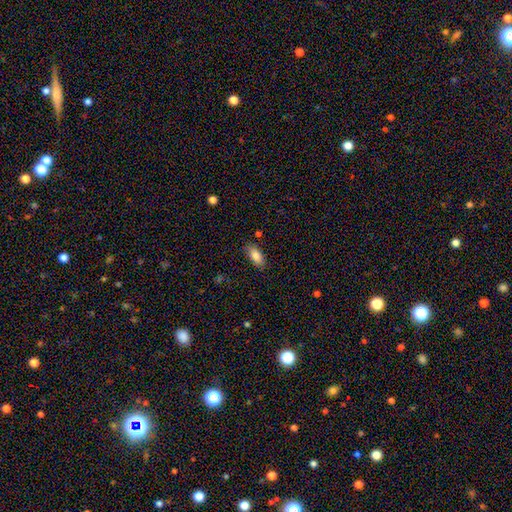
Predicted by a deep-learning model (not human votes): Smooth or featured?
  - smooth: 83% *
  - featured or disk: 9%
  - star or artifact: 7%
How rounded?
  - in between: 87% *
  - cigar-shaped: 10%
  - round: 2%
Merging?
  - none: 81% *
  - minor disturbance: 14%
  - major disturbance: 3%
  - merger: 2%